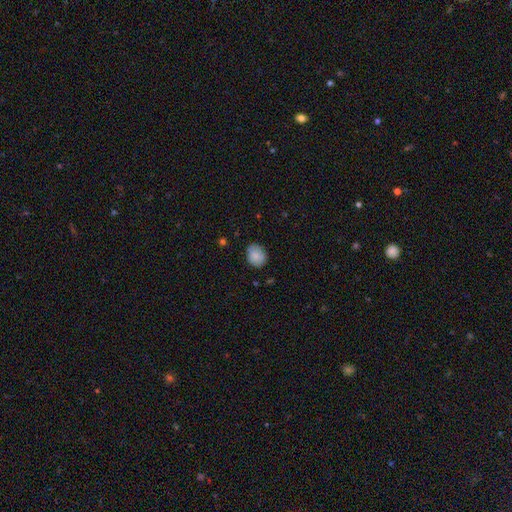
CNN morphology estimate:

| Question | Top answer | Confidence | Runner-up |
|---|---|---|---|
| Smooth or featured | smooth | 85% | star or artifact (7%) |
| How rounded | round | 52% | in between (47%) |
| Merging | none | 79% | minor disturbance (17%) |